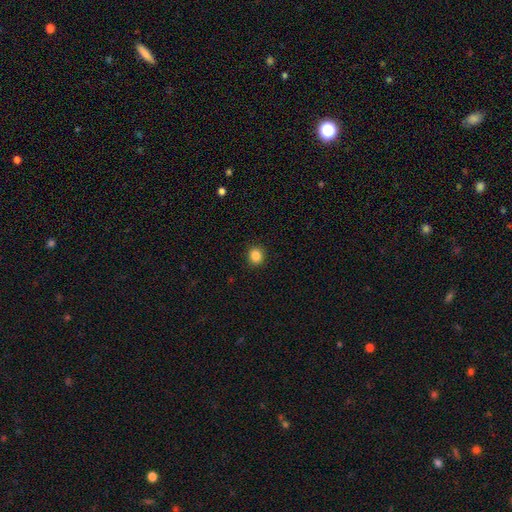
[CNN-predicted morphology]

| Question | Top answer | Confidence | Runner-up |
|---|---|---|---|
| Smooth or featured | smooth | 85% | star or artifact (11%) |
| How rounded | round | 88% | in between (11%) |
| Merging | none | 92% | minor disturbance (5%) |